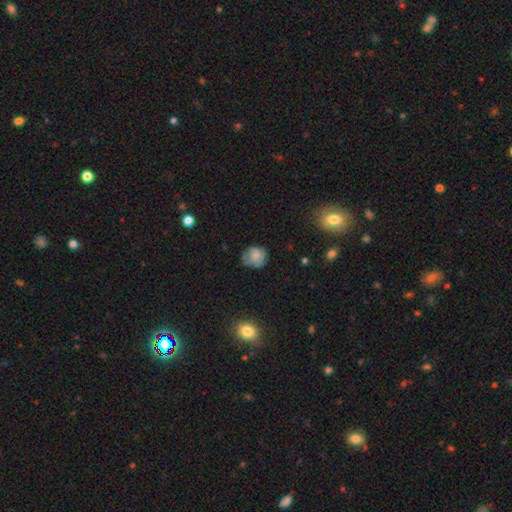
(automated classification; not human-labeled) smooth-or-featured: smooth: 65% | featured or disk: 24% | star or artifact: 10%
  how-rounded: round: 70% | in between: 29% | cigar-shaped: 1%
  merging: none: 60% | minor disturbance: 28% | major disturbance: 10% | merger: 2%